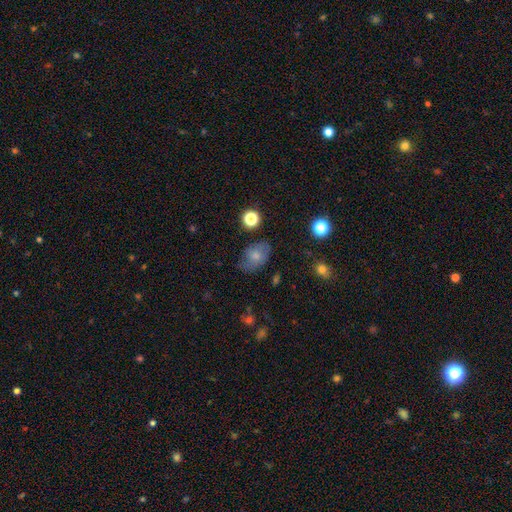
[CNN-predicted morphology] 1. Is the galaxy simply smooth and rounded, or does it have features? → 69% smooth, 21% featured or disk, 10% star or artifact.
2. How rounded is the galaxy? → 81% in between, 17% round, 1% cigar-shaped.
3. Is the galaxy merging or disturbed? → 61% none, 27% minor disturbance, 9% major disturbance, 2% merger.